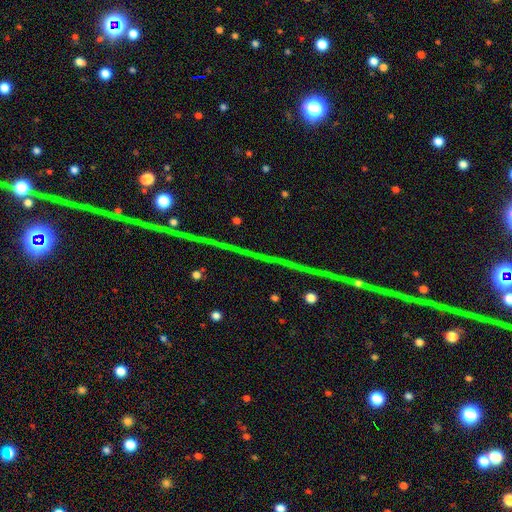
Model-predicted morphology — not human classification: Smooth or featured? Predicted: star or artifact (p=0.78).